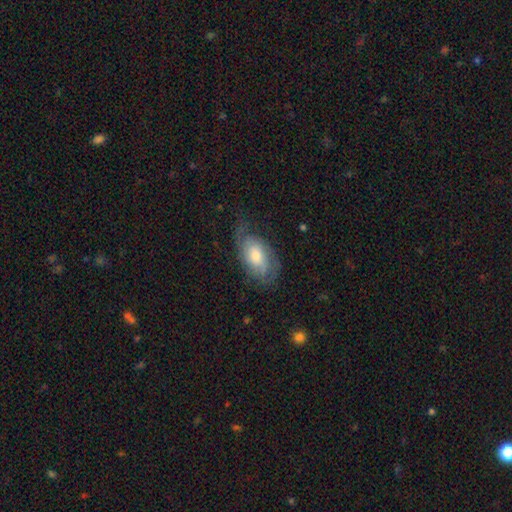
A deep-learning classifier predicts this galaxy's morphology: Overall: featured or disk (60%; smooth 34%). Edge-on disk: no (93%). Bar: no (69%). Spiral arms: yes (86%). Bulge size: moderate (57%; small 25%). Merging: none (58%; minor disturbance 25%).